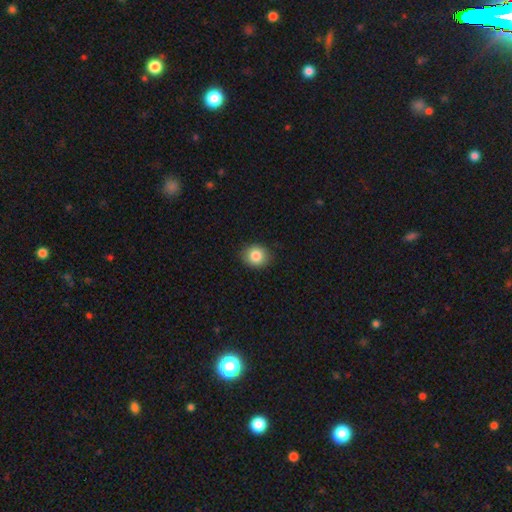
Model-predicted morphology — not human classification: smooth_or_featured: smooth (p=0.85) [alt: star or artifact p=0.09]
how_rounded: round (p=0.76) [alt: in between p=0.23]
merging: none (p=0.89) [alt: minor disturbance p=0.08]